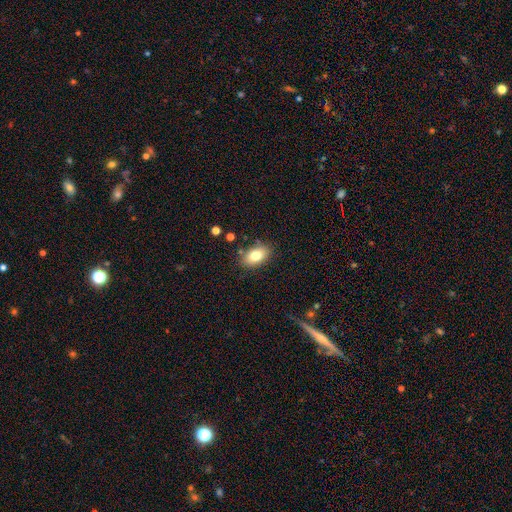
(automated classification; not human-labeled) A smooth galaxy with no disk features (80%) that is in between round and cigar-shaped (89%).

Vote fractions:
- Smooth or featured? smooth: 80% / featured or disk: 11% / star or artifact: 8%
- How rounded? in between: 89% / round: 8% / cigar-shaped: 2%
- Merging? none: 83% / minor disturbance: 11% / major disturbance: 3% / merger: 2%